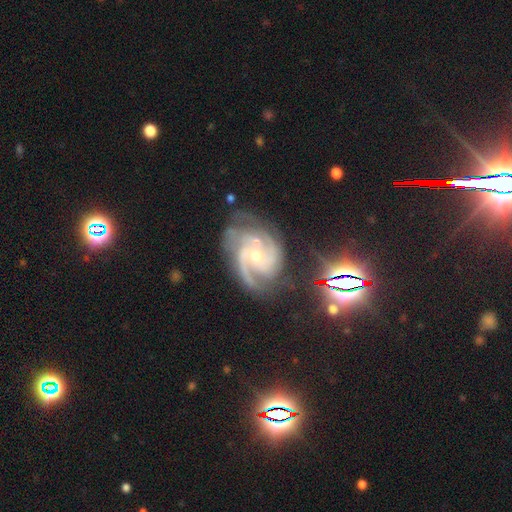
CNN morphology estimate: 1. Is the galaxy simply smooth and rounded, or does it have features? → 90% featured or disk, 7% star or artifact, 4% smooth.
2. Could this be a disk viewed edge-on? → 98% no, 2% yes.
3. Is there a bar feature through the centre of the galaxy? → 60% no, 31% weak, 8% strong.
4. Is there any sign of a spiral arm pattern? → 98% yes, 2% no.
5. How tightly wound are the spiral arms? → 47% medium, 44% tight, 9% loose.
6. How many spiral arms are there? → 41% 3, 31% 2, 11% can't tell, 8% 4, 5% 1, 5% more than 4.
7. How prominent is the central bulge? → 55% small, 41% moderate, 2% none, 2% large, 1% dominant.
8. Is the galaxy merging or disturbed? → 62% none, 22% minor disturbance, 12% major disturbance, 4% merger.